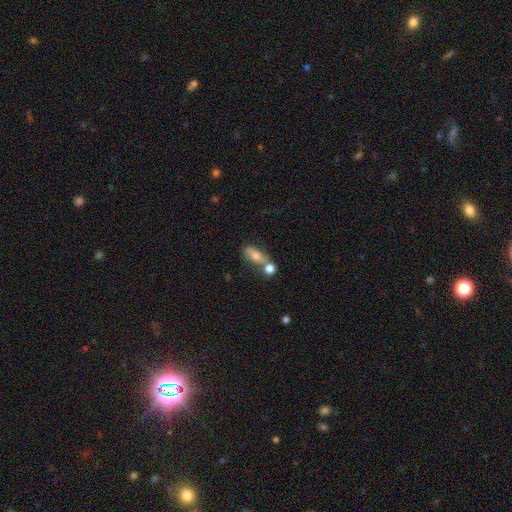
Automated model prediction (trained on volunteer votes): The model was most divided on "merging": none: 44%, merger: 34%, minor disturbance: 14%, major disturbance: 7%. More confident: how rounded — in between (66%); smooth or featured — smooth (65%).